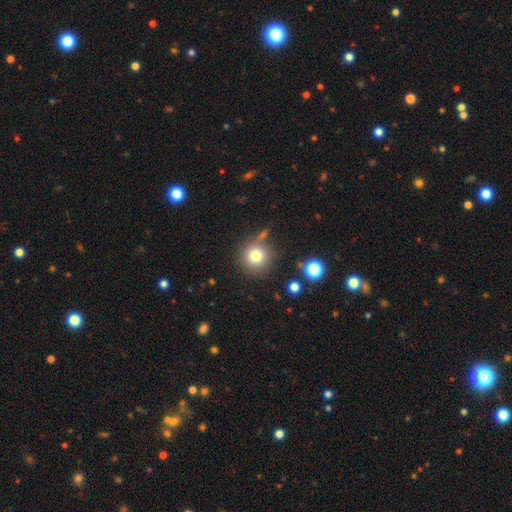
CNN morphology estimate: The model was most divided on "smooth or featured": smooth: 78%, star or artifact: 13%, featured or disk: 9%. More confident: how rounded — round (94%); merging — none (78%).